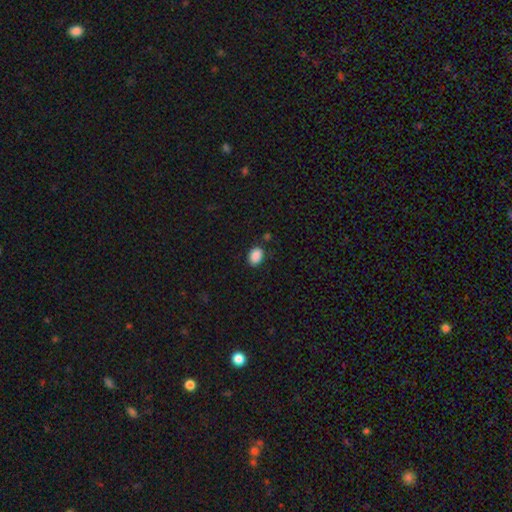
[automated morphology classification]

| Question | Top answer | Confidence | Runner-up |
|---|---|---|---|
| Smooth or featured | smooth | 89% | star or artifact (8%) |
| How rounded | in between | 77% | round (22%) |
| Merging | none | 82% | minor disturbance (12%) |